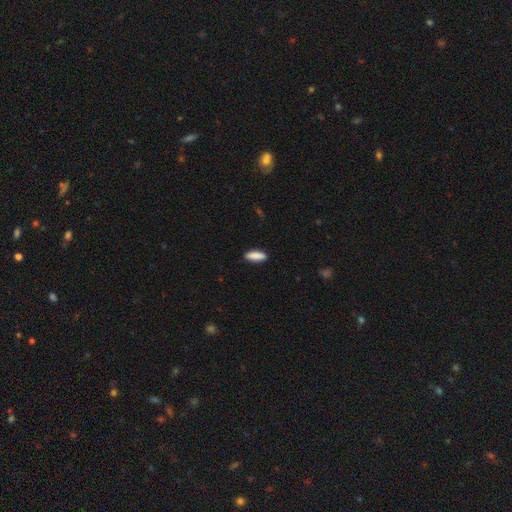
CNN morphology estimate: type=smooth (88%); roundness=in between (54%); merging=none (88%).